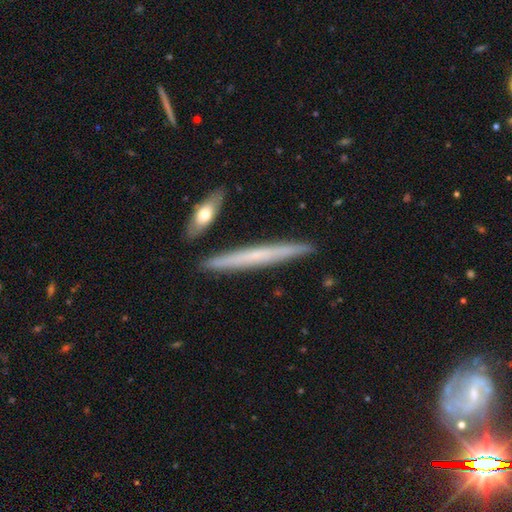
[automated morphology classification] The model was most divided on "smooth or featured": featured or disk: 48%, smooth: 46%, star or artifact: 6%. More confident: merging — none (89%).